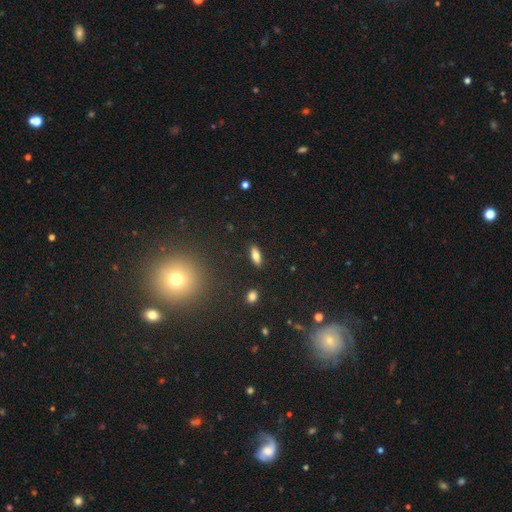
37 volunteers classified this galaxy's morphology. Q: Smooth or featured?
A: smooth (84%); runner-up: featured or disk (11%)
Q: How rounded?
A: in between (61%); runner-up: cigar-shaped (39%)
Q: Merging?
A: none (91%); runner-up: minor disturbance (6%)